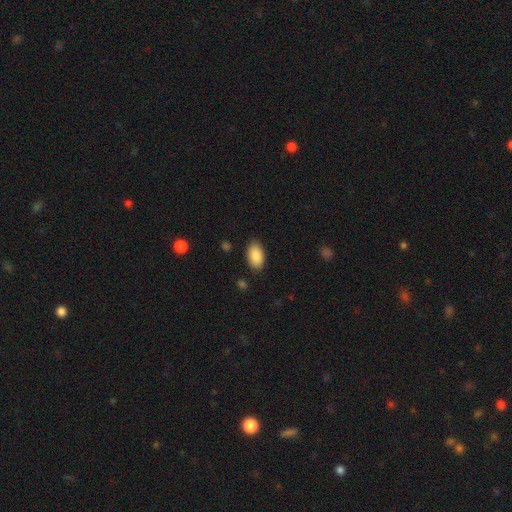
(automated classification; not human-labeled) A smooth galaxy with no disk features (89%) that is in between round and cigar-shaped (94%).

Vote fractions:
- Smooth or featured? smooth: 89% / star or artifact: 7% / featured or disk: 4%
- How rounded? in between: 94% / round: 4% / cigar-shaped: 2%
- Merging? none: 85% / minor disturbance: 11% / major disturbance: 3% / merger: 1%